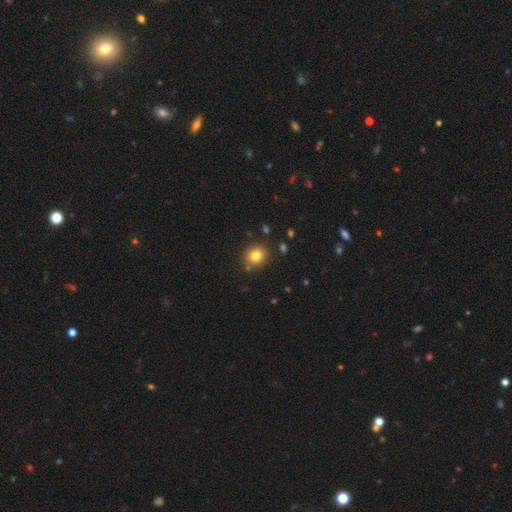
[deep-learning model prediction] smooth_or_featured: smooth (p=0.80) [alt: star or artifact p=0.13]
how_rounded: round (p=0.83) [alt: in between p=0.16]
merging: none (p=0.85) [alt: minor disturbance p=0.09]